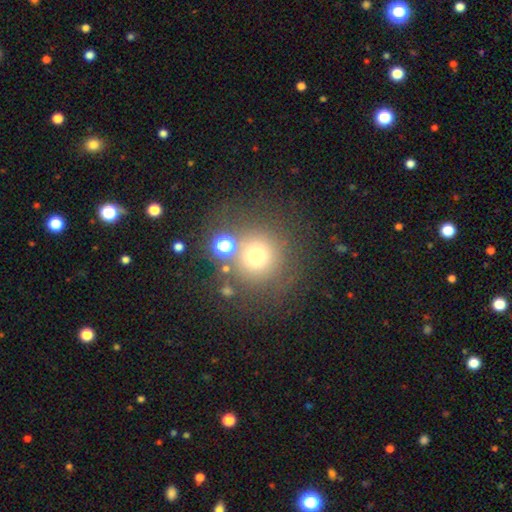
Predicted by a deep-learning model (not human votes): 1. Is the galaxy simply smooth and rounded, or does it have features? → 68% smooth, 21% star or artifact, 12% featured or disk.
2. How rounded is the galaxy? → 94% round, 5% in between, 1% cigar-shaped.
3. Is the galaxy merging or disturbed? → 72% none, 11% merger, 10% minor disturbance, 7% major disturbance.